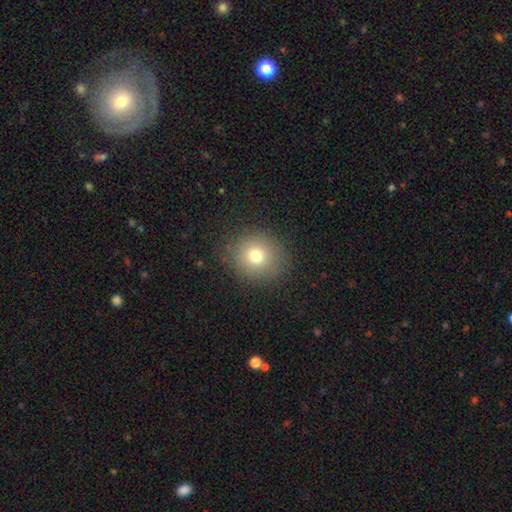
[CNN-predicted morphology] Smooth or featured? Predicted: smooth (p=0.74). How rounded? Predicted: round (p=0.88). Merging? Predicted: none (p=0.87).